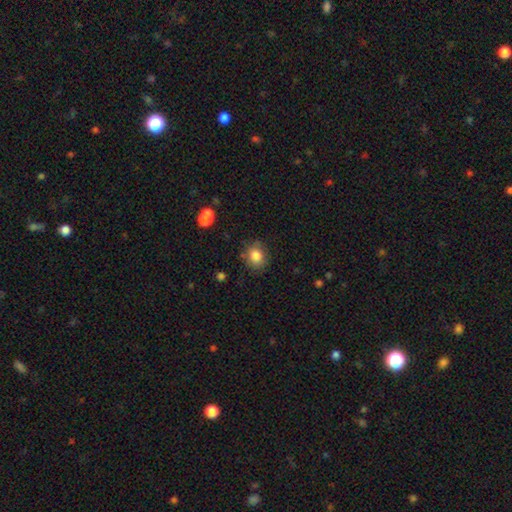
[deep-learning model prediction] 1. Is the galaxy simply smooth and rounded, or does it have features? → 84% smooth, 10% star or artifact, 7% featured or disk.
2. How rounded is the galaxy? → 67% round, 32% in between, 1% cigar-shaped.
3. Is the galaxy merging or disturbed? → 78% none, 16% minor disturbance, 4% major disturbance, 2% merger.